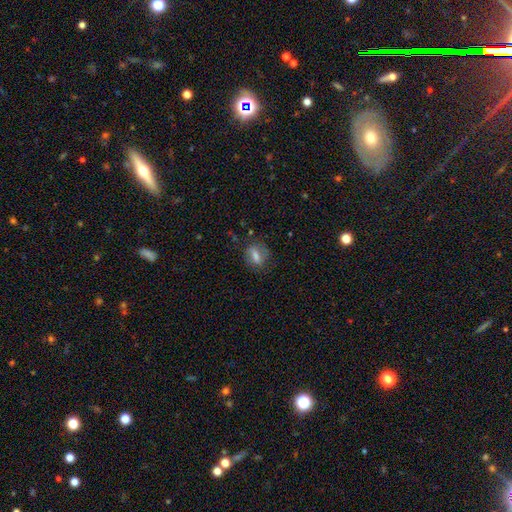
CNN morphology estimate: This appears to be a smooth galaxy with no disk features (69%) that is in between round and cigar-shaped (64%). Merging: none (74%).